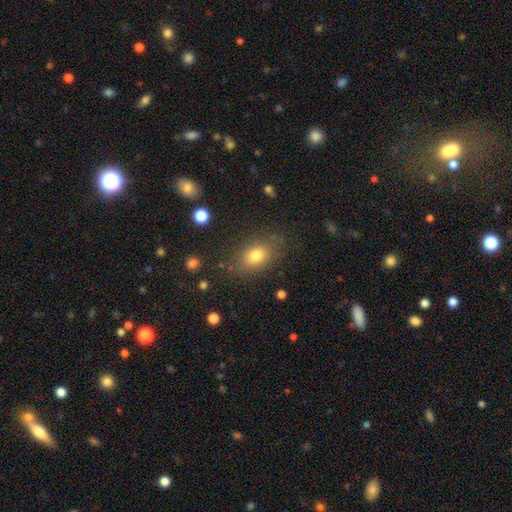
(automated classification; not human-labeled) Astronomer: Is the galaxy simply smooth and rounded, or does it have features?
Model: smooth — 77%.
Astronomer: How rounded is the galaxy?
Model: in between — 76%.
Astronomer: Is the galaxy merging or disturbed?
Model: none — 79%.